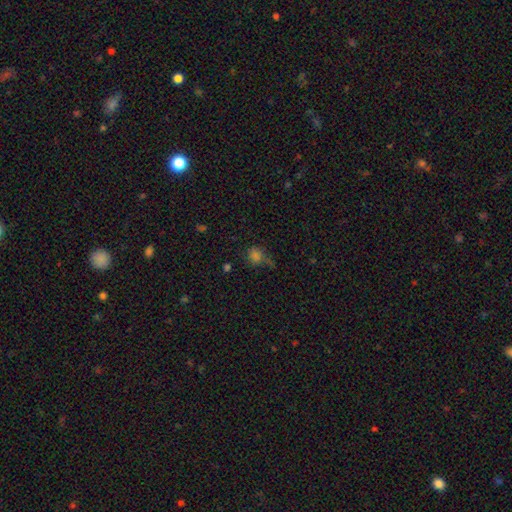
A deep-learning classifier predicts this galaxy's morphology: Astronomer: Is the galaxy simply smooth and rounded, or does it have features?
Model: smooth — 63%.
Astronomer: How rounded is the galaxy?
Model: round — 75%.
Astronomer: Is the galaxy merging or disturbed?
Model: none — 52%.